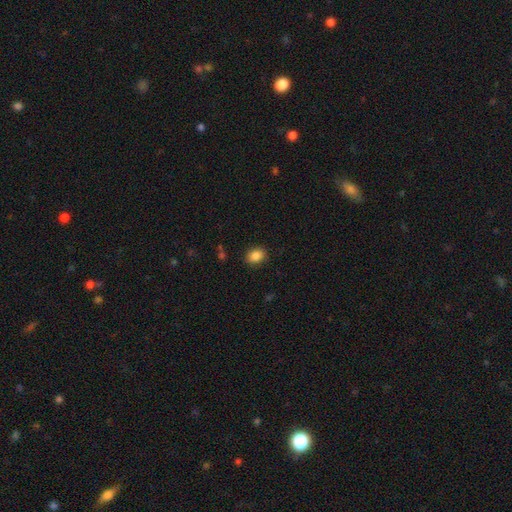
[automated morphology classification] Smooth or featured? smooth (87%)
How rounded? in between (67%)
Merging? none (88%)